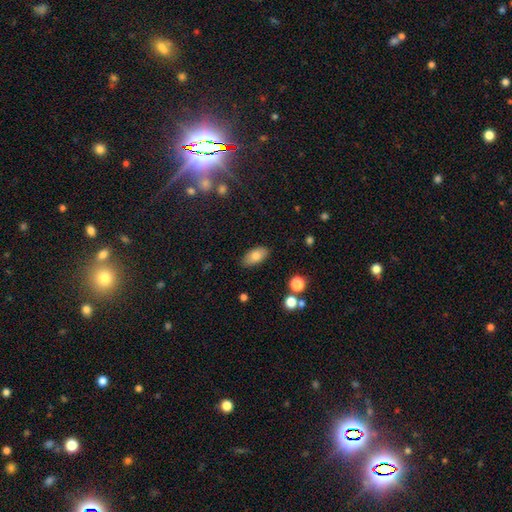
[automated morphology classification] Overall: smooth (80%). How rounded: in between (92%). Merging: none (86%).